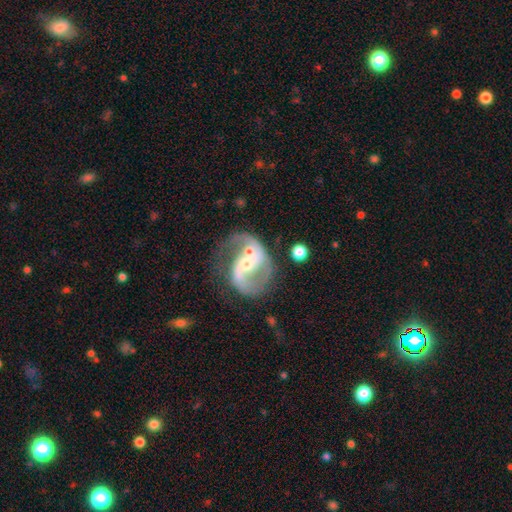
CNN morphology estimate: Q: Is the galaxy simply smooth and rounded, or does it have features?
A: featured or disk — 87%.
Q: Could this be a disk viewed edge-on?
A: no — 98%.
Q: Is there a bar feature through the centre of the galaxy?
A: no — 37%, tied with weak.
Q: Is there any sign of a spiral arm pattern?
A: yes — 94%.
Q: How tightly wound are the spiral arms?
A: medium — 49%.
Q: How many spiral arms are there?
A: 2 — 88%.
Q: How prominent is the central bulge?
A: small — 48%.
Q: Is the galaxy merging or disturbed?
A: none — 49%.